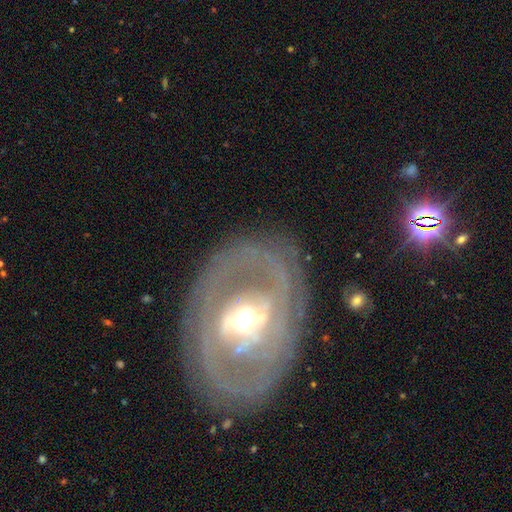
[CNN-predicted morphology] smooth-or-featured: featured or disk: 82% | smooth: 12% | star or artifact: 6%
  disk-edge-on: no: 95% | yes: 5%
    bar: weak: 41% | no: 33% | strong: 27%
    has-spiral-arms: yes: 77% | no: 23%
      spiral-winding: tight: 58% | medium: 30% | loose: 11%
      spiral-arm-count: 2: 53% | can't tell: 26% | 3: 9% | 1: 6% | 4: 4% | more than 4: 3%
    bulge-size: moderate: 68% | small: 17% | large: 13% | dominant: 1% | none: 1%
  merging: none: 79% | minor disturbance: 13% | major disturbance: 6% | merger: 2%